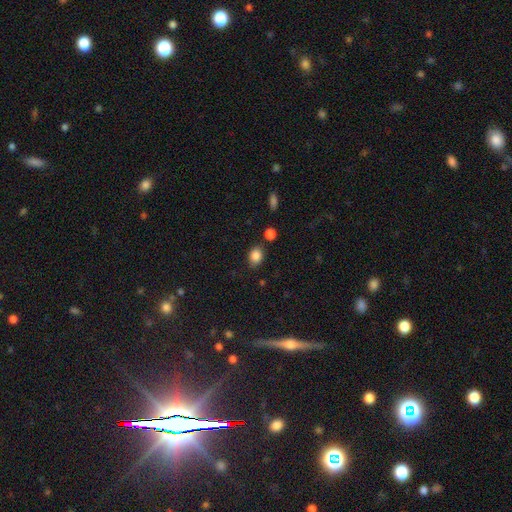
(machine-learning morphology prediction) Q: Smooth or featured?
A: smooth (85%); runner-up: star or artifact (10%)
Q: How rounded?
A: in between (59%); runner-up: round (40%)
Q: Merging?
A: none (78%); runner-up: minor disturbance (13%)